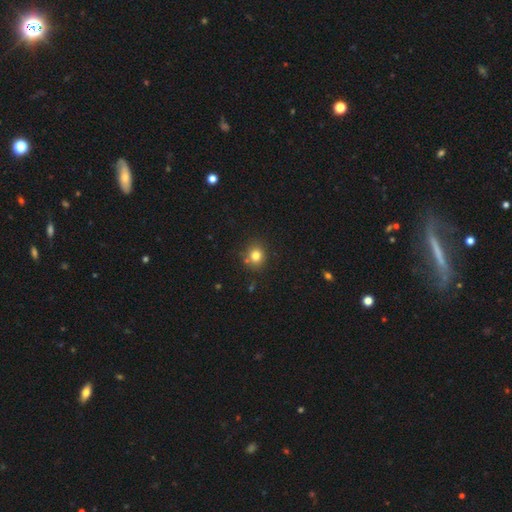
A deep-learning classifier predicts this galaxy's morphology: Smooth or featured? smooth (80%)
How rounded? round (82%)
Merging? none (80%)